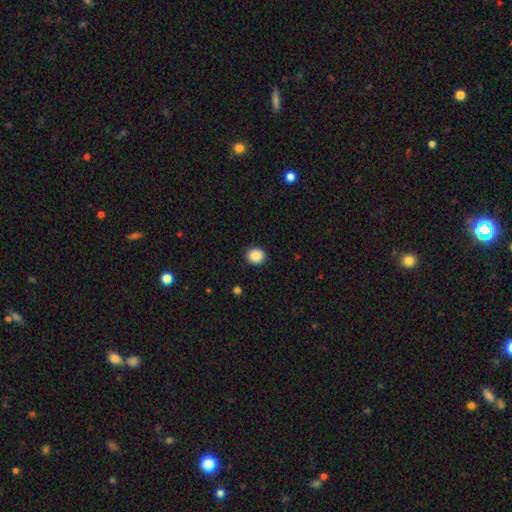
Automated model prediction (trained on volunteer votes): Smooth or featured? smooth (88%)
How rounded? round (84%)
Merging? none (92%)